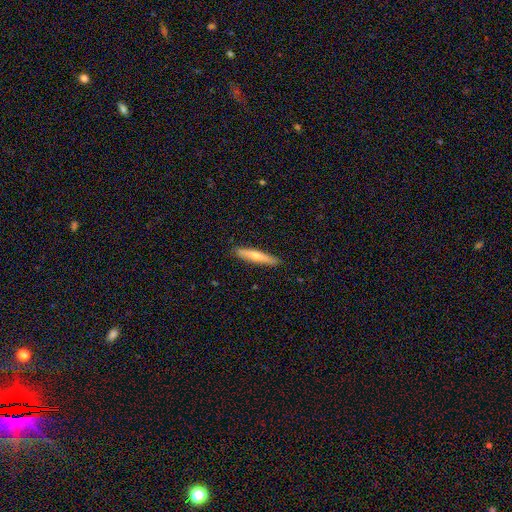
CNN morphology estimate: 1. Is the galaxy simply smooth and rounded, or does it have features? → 60% smooth, 34% featured or disk, 5% star or artifact.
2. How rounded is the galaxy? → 91% cigar-shaped, 8% in between, 1% round.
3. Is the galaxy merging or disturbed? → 89% none, 8% minor disturbance, 2% major disturbance, 1% merger.